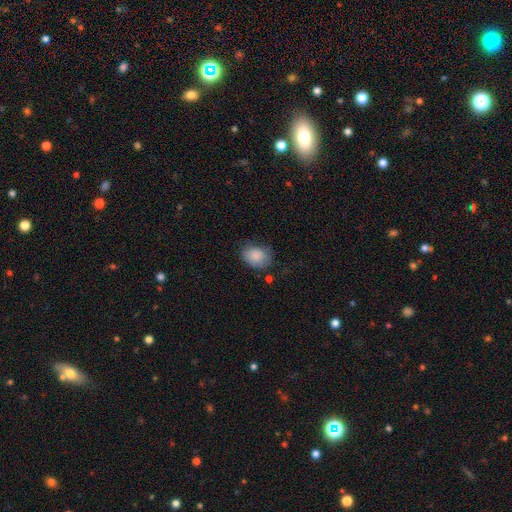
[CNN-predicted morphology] A smooth galaxy with no disk features (85%) that is in between round and cigar-shaped (67%). Merging: none (58%).